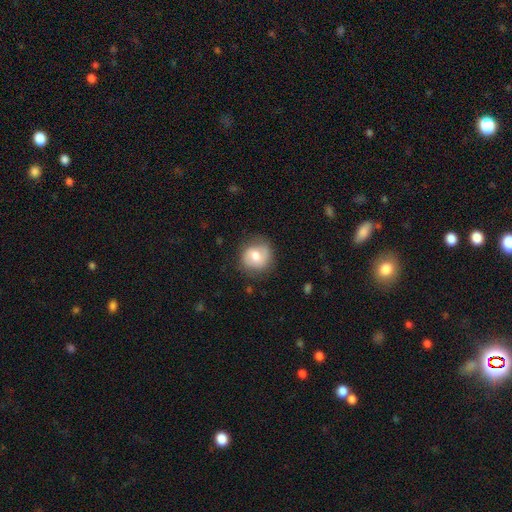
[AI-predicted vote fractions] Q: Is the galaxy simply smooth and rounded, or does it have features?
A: smooth — 57%.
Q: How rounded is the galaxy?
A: round — 84%.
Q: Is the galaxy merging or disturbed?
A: none — 75%.